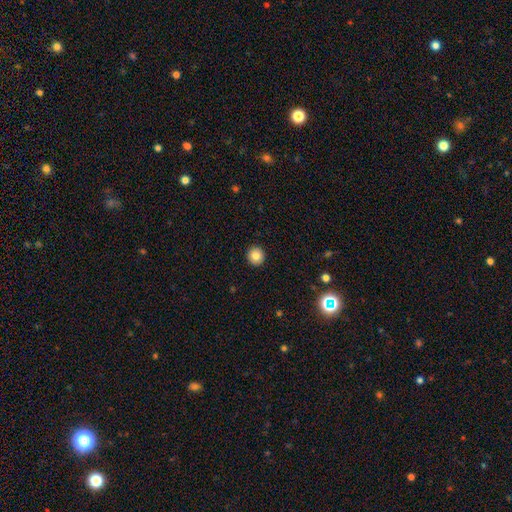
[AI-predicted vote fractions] Smooth or featured: smooth — 83% (star or artifact — 10%)
How rounded: round — 94% (in between — 5%)
Merging: none — 93% (minor disturbance — 4%)